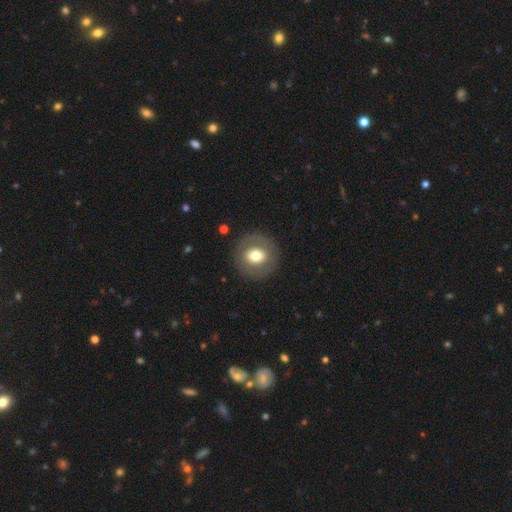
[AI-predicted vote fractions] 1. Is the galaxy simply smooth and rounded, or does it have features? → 62% smooth, 30% featured or disk, 8% star or artifact.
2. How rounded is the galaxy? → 84% round, 15% in between, 1% cigar-shaped.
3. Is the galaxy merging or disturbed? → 87% none, 8% minor disturbance, 4% major disturbance, 1% merger.